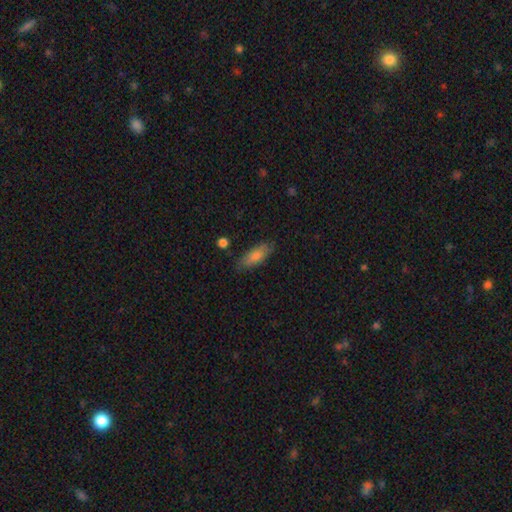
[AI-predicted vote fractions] A smooth galaxy with no disk features (76%) that is in between round and cigar-shaped (62%).

Vote fractions:
- Smooth or featured? smooth: 76% / featured or disk: 17% / star or artifact: 7%
- How rounded? in between: 62% / cigar-shaped: 35% / round: 2%
- Merging? none: 82% / minor disturbance: 13% / major disturbance: 3% / merger: 2%